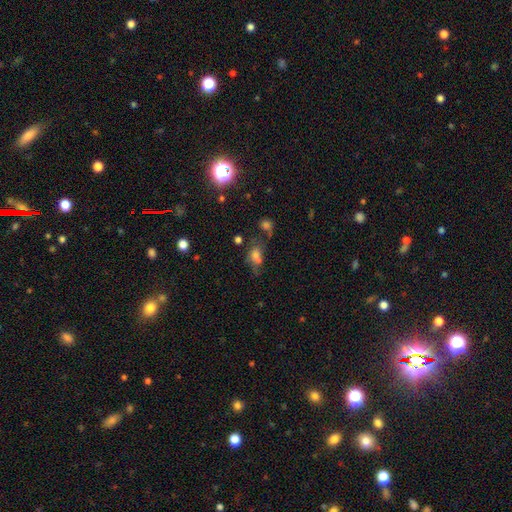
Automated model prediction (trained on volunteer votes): This is possibly a smooth galaxy (56%). How rounded: likely in between (72%). Merging: marginally none (36%).